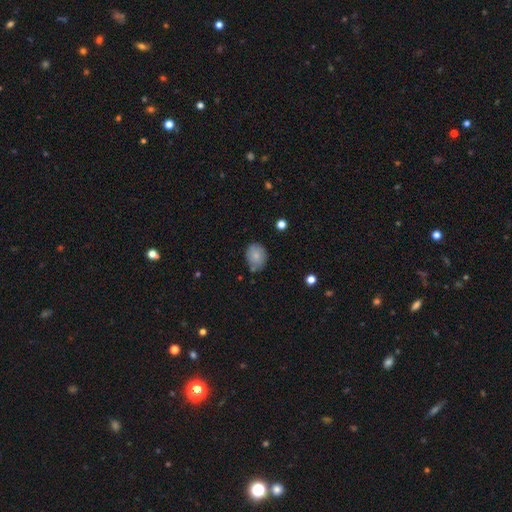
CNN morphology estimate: smooth-or-featured: smooth: 80% | featured or disk: 12% | star or artifact: 8%
  how-rounded: in between: 56% | round: 43% | cigar-shaped: 1%
  merging: none: 71% | minor disturbance: 21% | major disturbance: 4% | merger: 4%